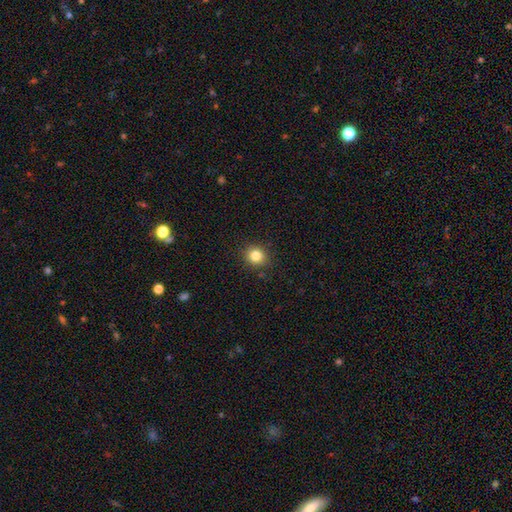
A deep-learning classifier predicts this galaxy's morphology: Smooth or featured: smooth — 83% (star or artifact — 12%)
How rounded: round — 83% (in between — 16%)
Merging: none — 89% (minor disturbance — 7%)